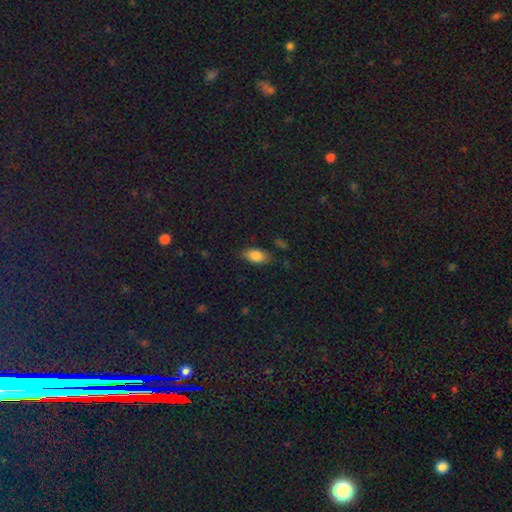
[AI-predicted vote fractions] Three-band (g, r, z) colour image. It shows a smooth galaxy with no disk features (82%) that is in between round and cigar-shaped (88%). Merging: none (79%).